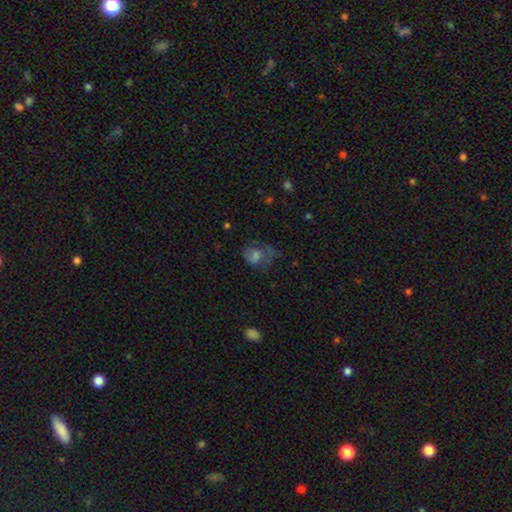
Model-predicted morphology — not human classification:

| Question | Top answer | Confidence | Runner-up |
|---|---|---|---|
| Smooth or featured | smooth | 50% | featured or disk (30%) |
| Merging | major disturbance | 38% | none (36%) |